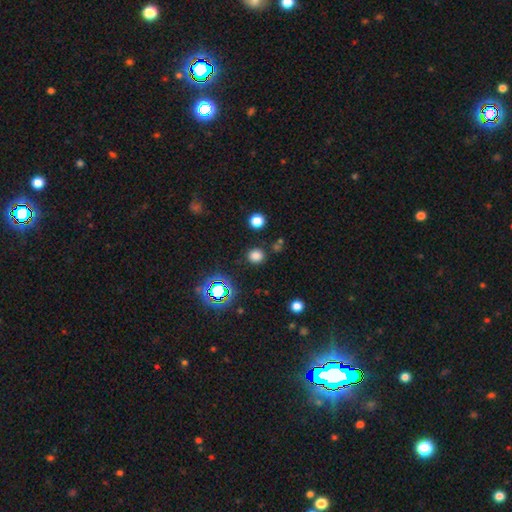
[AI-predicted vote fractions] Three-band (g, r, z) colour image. It shows a smooth galaxy with no disk features (74%) that is round (85%). Merging: none (85%).